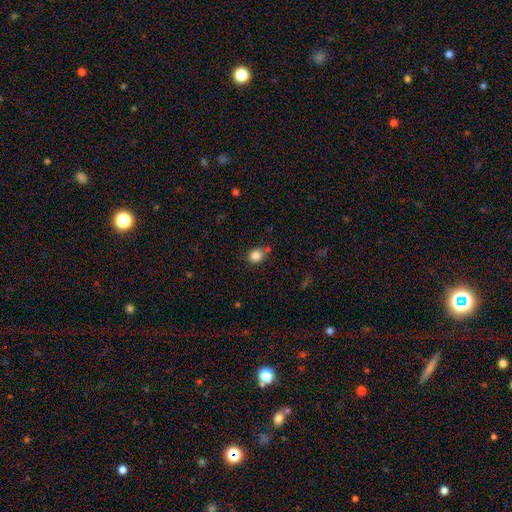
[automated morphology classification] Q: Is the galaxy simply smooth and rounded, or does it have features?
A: smooth — 85%.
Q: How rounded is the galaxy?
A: round — 68%.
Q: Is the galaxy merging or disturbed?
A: none — 67%.